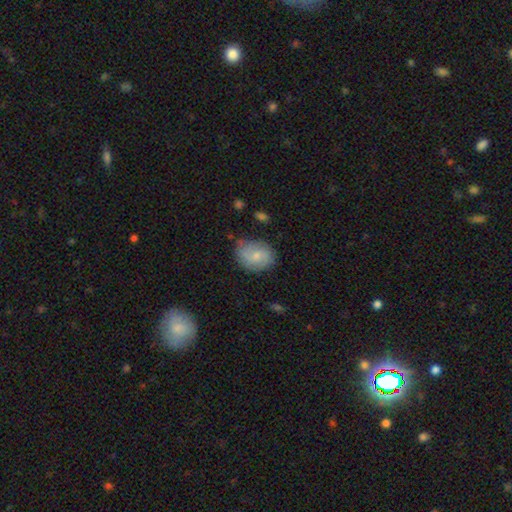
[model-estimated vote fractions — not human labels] This appears to be a smooth galaxy with no disk features (56%) that is in between round and cigar-shaped (59%). Merging: none (70%).